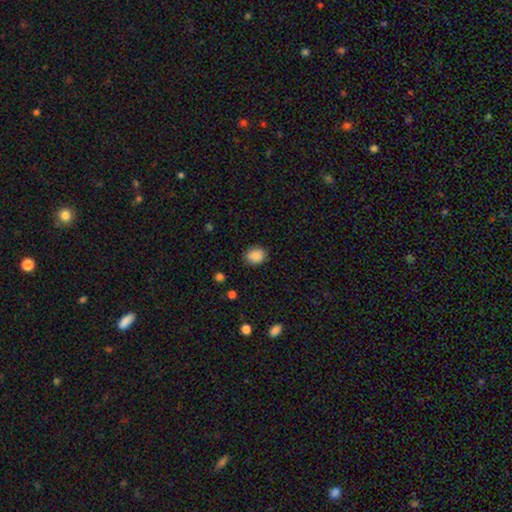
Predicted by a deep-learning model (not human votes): This is clearly a smooth galaxy (87%). How rounded: possibly round (58%). Merging: clearly none (83%).